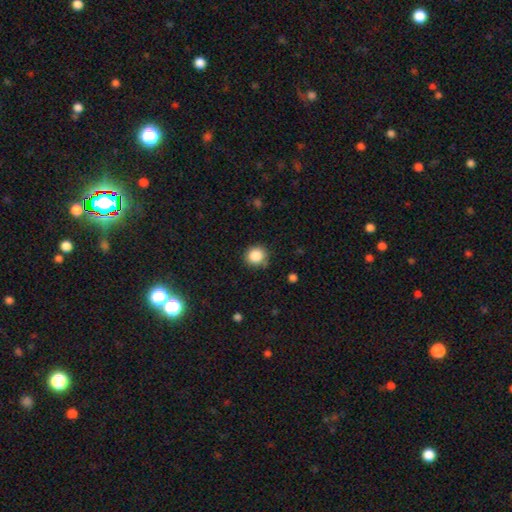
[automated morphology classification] smooth_or_featured: smooth (p=0.86) [alt: star or artifact p=0.10]
how_rounded: round (p=0.89) [alt: in between p=0.10]
merging: none (p=0.81) [alt: minor disturbance p=0.13]